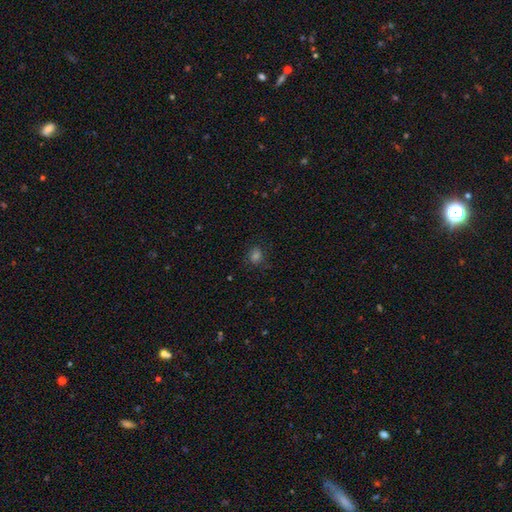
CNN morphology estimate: The model was most divided on "smooth or featured": smooth: 68%, star or artifact: 24%, featured or disk: 8%. More confident: merging — none (81%); how rounded — round (74%).